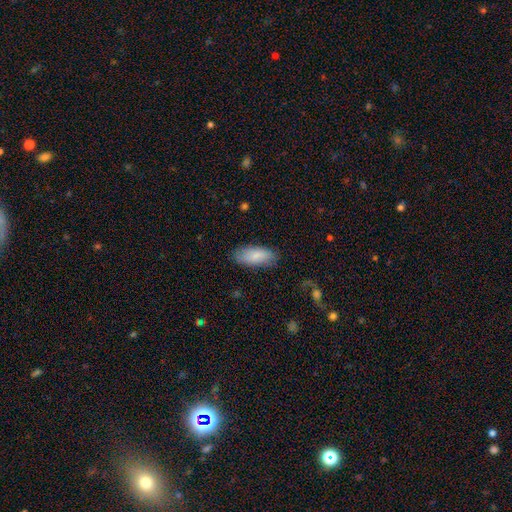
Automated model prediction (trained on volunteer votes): A smooth galaxy with no disk features (85%) that is in between round and cigar-shaped (84%). Merging: none (83%).